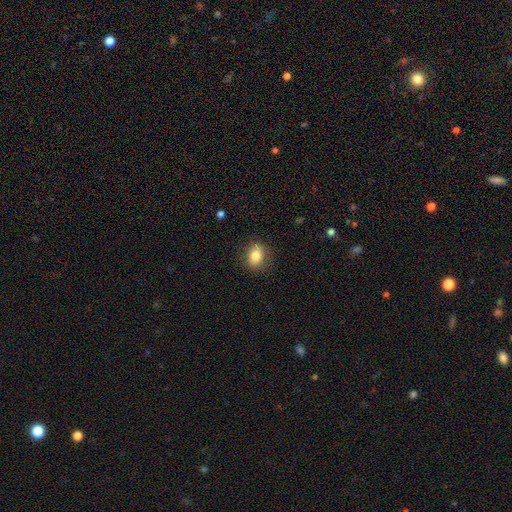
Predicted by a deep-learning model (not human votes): Smooth or featured?
  - smooth: 82% *
  - star or artifact: 9%
  - featured or disk: 8%
How rounded?
  - in between: 54% *
  - round: 45%
  - cigar-shaped: 1%
Merging?
  - none: 84% *
  - minor disturbance: 12%
  - major disturbance: 3%
  - merger: 1%